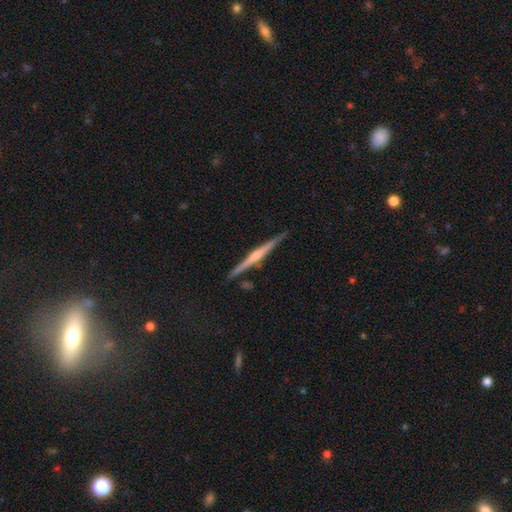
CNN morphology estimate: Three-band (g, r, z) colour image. It shows a featured or disk galaxy (72%) viewed edge-on (98%) with a rounded central bulge (65%). Merging: none (88%).